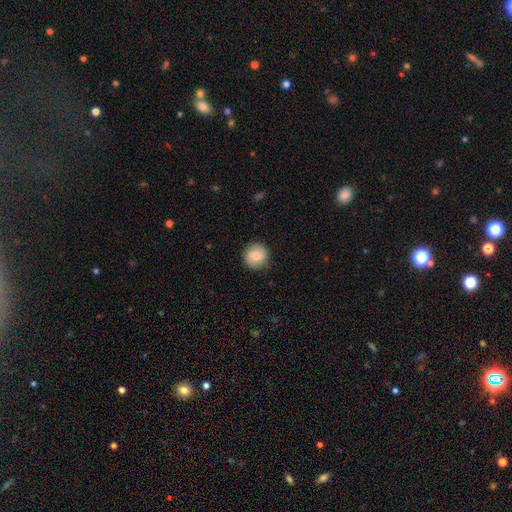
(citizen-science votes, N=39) This appears to be a smooth galaxy with no disk features (79%) that is round (100%). Merging: none (87%).